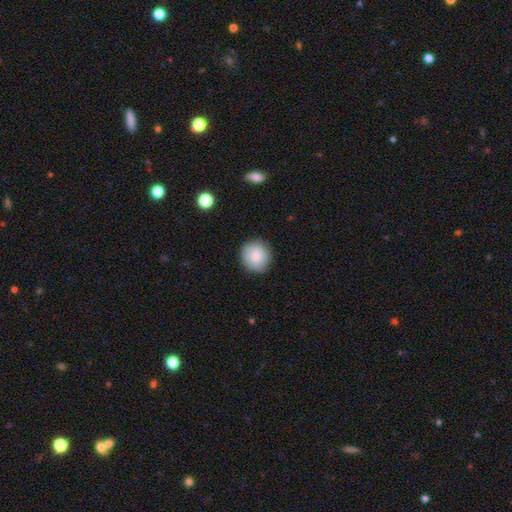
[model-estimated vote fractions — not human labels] smooth 84%, featured or disk 8%, star or artifact 8%. Down the decision tree: how rounded — round (90%); merging — none (86%).